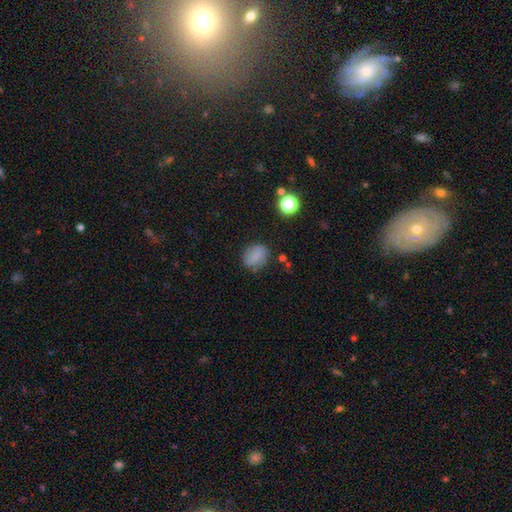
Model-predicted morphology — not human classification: Smooth or featured? Predicted: smooth (p=0.79). How rounded? Predicted: round (p=0.58). Merging? Predicted: none (p=0.77).